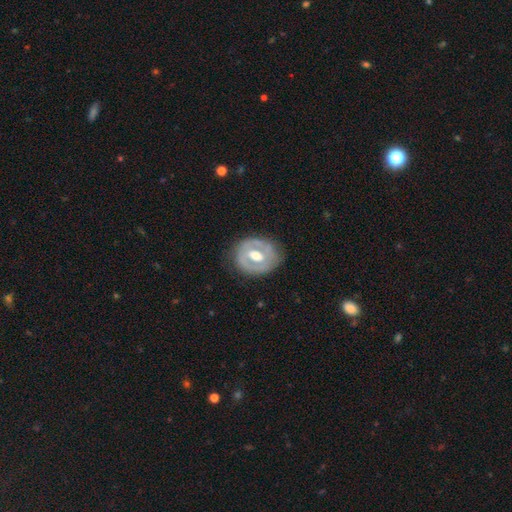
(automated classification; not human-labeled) Smooth or featured? featured or disk (64%)
Edge-on disk? no (95%)
Bar? no (51%)
Spiral arms? no (75%)
Bulge size? moderate (60%)
Merging? none (77%)